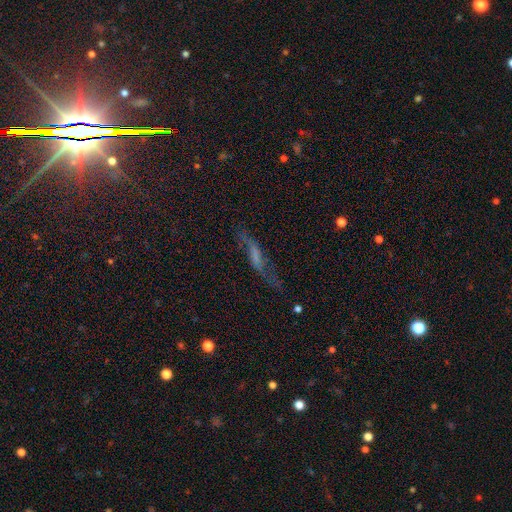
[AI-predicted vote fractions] This is possibly a featured or disk galaxy (58%). It is likely not viewed edge-on (66%). Merging: possibly none (57%).